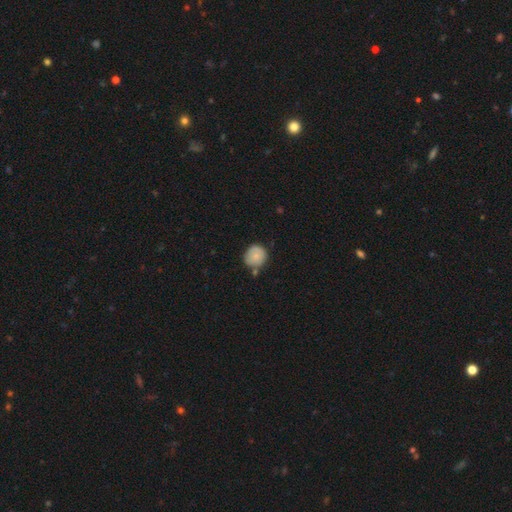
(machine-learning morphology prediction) Smooth or featured: smooth — 80% (featured or disk — 13%)
How rounded: round — 85% (in between — 14%)
Merging: none — 66% (minor disturbance — 21%)